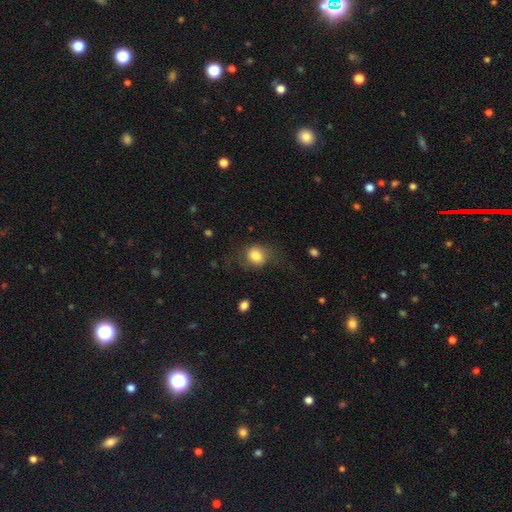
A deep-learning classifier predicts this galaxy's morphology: Smooth or featured? Predicted: smooth (p=0.77). How rounded? Predicted: round (p=0.60). Merging? Predicted: none (p=0.58).